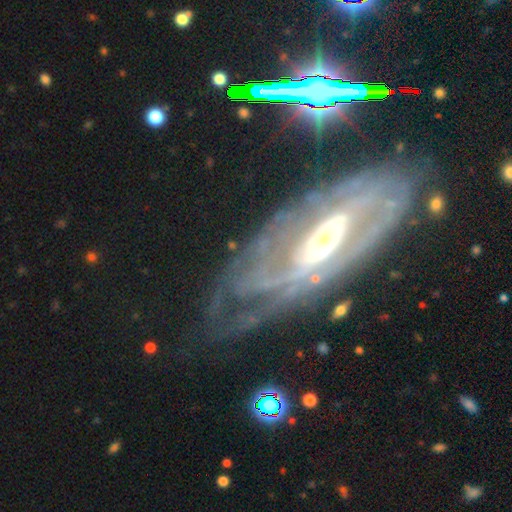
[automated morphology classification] The model was most divided on "bar": weak: 37%, strong: 34%, no: 29%. More confident: spiral arms — yes (85%); edge-on disk — no (85%); smooth or featured — featured or disk (83%); merging — none (67%); spiral winding — tight (66%); spiral arm count — can't tell (54%); bulge size — moderate (51%).